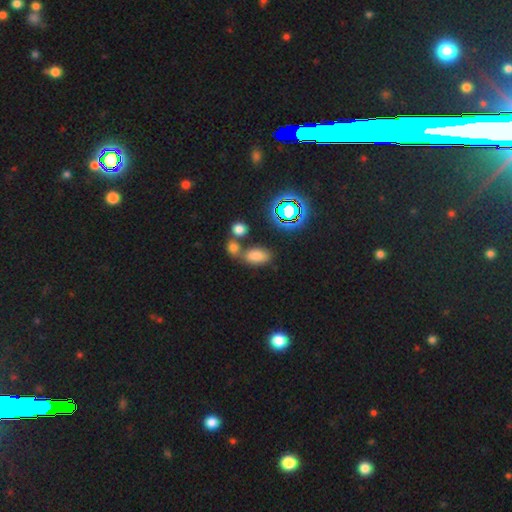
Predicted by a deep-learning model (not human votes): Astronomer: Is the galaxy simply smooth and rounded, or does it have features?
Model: smooth — 71%.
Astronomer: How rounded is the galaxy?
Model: in between — 89%.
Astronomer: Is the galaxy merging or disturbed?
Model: none — 50% (runner-up: merger, 32%).